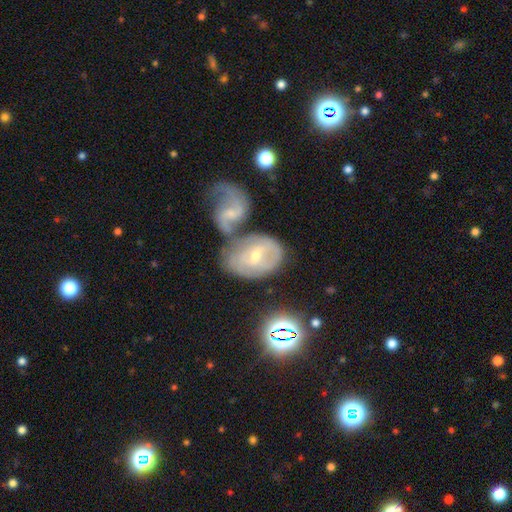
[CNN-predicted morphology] Smooth or featured? Predicted: featured or disk (p=0.67). Edge-on disk? Predicted: no (p=0.95). Bar? Predicted: weak (p=0.48). Spiral arms? Predicted: yes (p=0.77). Bulge size? Predicted: small (p=0.53). Merging? Predicted: merger (p=0.44).